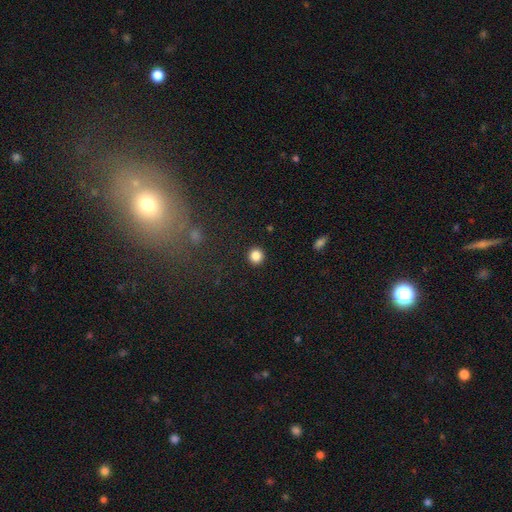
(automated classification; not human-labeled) smooth 86%, star or artifact 11%, featured or disk 4%. Down the decision tree: how rounded — round (92%); merging — none (92%).